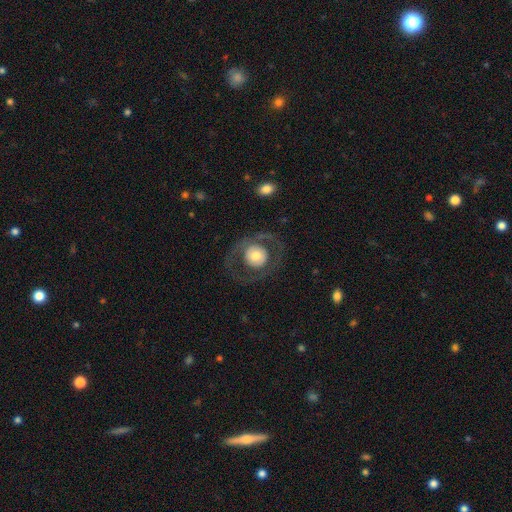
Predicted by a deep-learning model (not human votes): smooth_or_featured: featured or disk (p=0.50) [alt: smooth p=0.44]
merging: none (p=0.74) [alt: major disturbance p=0.14]